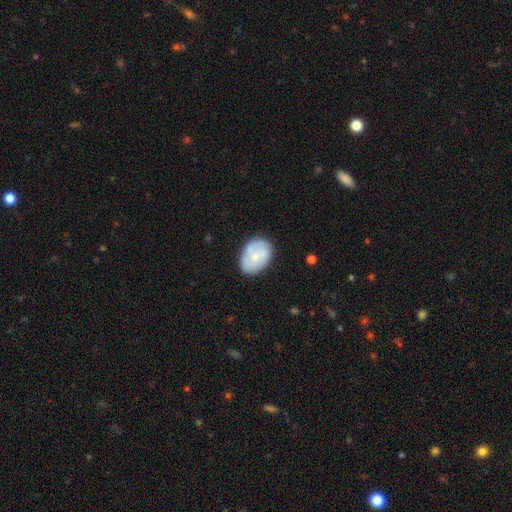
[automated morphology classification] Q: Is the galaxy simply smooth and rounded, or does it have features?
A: smooth — 57%.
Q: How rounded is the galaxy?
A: in between — 79%.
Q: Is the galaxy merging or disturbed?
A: none — 66%.